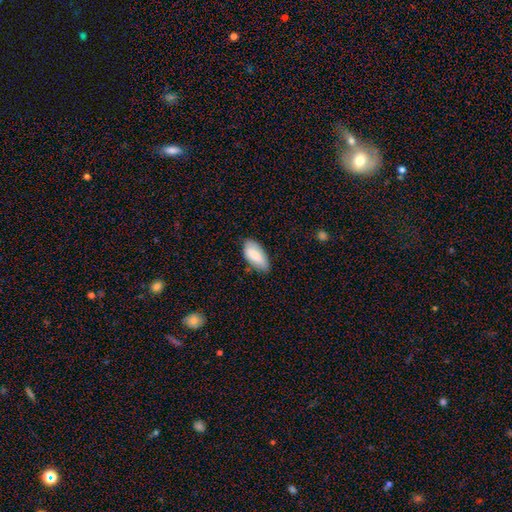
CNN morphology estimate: Smooth or featured? smooth (81%)
How rounded? in between (92%)
Merging? none (69%)